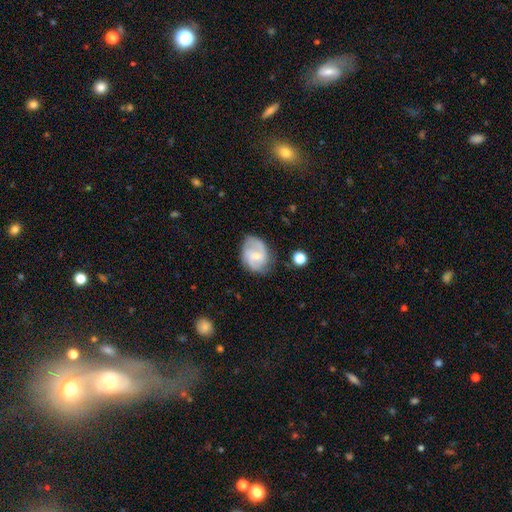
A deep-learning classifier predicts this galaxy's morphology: smooth_or_featured: featured or disk (p=0.63) [alt: smooth p=0.30]
disk_edge_on: no (p=0.97) [alt: yes p=0.03]
bar: weak (p=0.50) [alt: no p=0.39]
has_spiral_arms: yes (p=0.88) [alt: no p=0.12]
spiral_winding: medium (p=0.47) [alt: loose p=0.27]
spiral_arm_count: 2 (p=0.66) [alt: can't tell p=0.17]
bulge_size: small (p=0.53) [alt: moderate p=0.36]
merging: none (p=0.63) [alt: minor disturbance p=0.25]